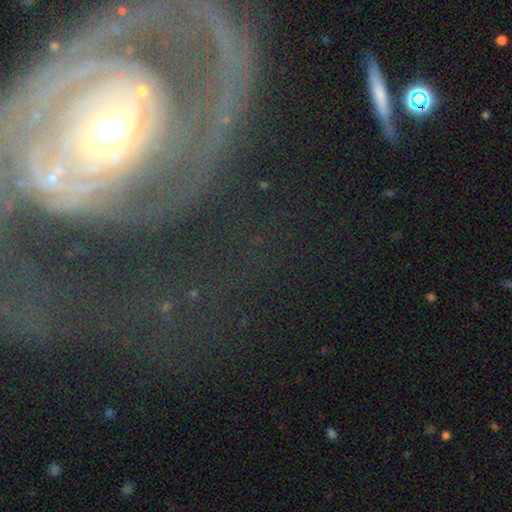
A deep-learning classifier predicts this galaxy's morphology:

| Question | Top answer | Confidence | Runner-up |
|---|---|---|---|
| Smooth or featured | featured or disk | 77% | smooth (13%) |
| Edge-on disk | no | 95% | yes (5%) |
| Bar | no | 61% | weak (21%) |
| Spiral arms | yes | 75% | no (25%) |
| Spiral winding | tight | 49% | medium (30%) |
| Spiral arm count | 2 | 37% | can't tell (26%) |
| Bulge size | moderate | 65% | small (20%) |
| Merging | none | 45% | major disturbance (33%) |